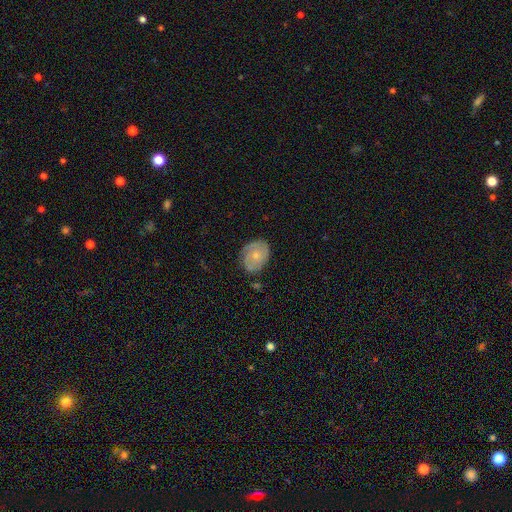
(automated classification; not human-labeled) Smooth or featured? Predicted: featured or disk (p=0.51). Edge-on disk? Predicted: no (p=0.96). Merging? Predicted: none (p=0.70).